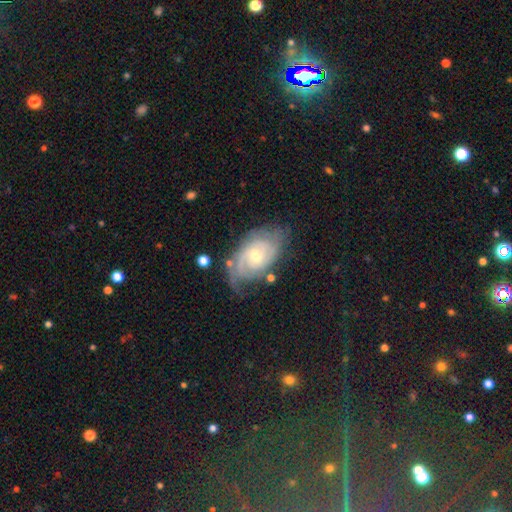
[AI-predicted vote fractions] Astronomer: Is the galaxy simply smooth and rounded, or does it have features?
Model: featured or disk — 86%.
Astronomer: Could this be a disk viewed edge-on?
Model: no — 96%.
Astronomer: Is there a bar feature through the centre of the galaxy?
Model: no — 62%.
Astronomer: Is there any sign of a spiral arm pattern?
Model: yes — 96%.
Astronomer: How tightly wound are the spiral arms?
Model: tight — 67%.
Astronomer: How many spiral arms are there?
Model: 2 — 46% (runner-up: can't tell, 25%).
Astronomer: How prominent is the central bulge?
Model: moderate — 59% (runner-up: small, 38%).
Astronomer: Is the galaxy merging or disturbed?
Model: none — 65%.